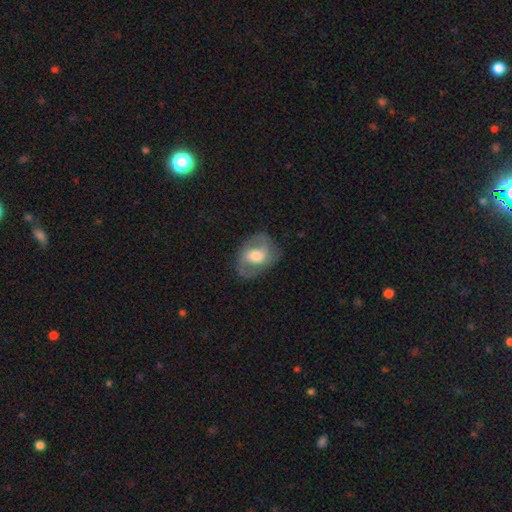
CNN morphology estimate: type=featured or disk (60%); edge-on=no (95%); bar=no (50%); spiral arms=yes (78%); bulge=moderate (62%); merging=none (69%).